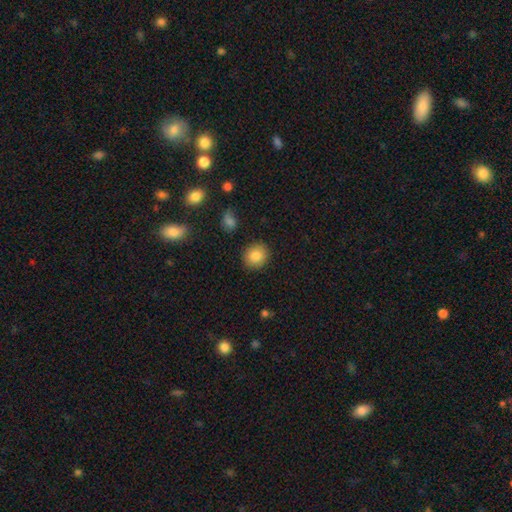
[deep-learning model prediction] The model was most divided on "how rounded": round: 78%, in between: 21%, cigar-shaped: 1%. More confident: merging — none (88%); smooth or featured — smooth (85%).